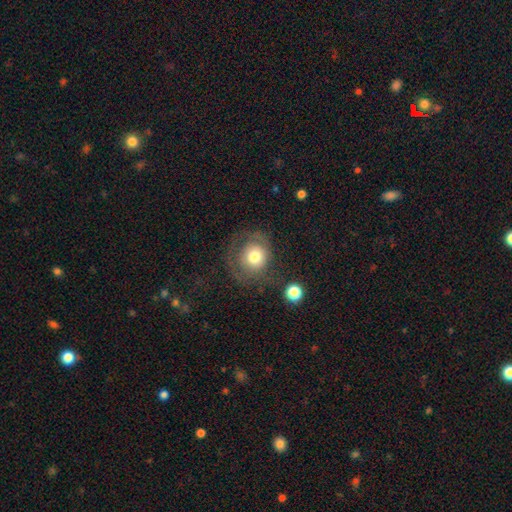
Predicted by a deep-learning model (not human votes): Smooth or featured?
  - smooth: 57% *
  - featured or disk: 31%
  - star or artifact: 12%
How rounded?
  - round: 85% *
  - in between: 14%
  - cigar-shaped: 1%
Merging?
  - none: 61% *
  - minor disturbance: 18%
  - major disturbance: 18%
  - merger: 3%